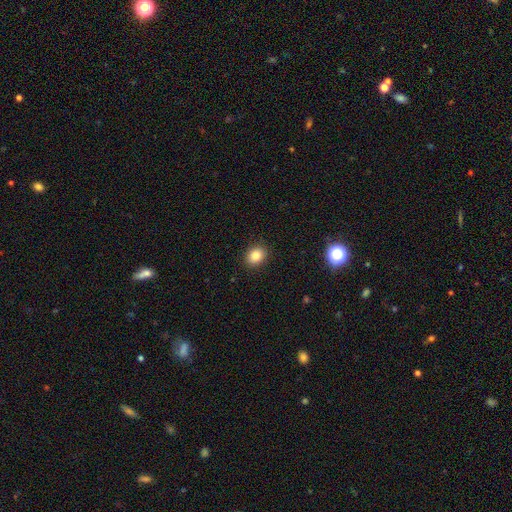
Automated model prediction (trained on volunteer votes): smooth-or-featured: smooth: 85% | star or artifact: 10% | featured or disk: 5%
  how-rounded: round: 52% | in between: 47% | cigar-shaped: 1%
  merging: none: 90% | minor disturbance: 7% | major disturbance: 2% | merger: 1%